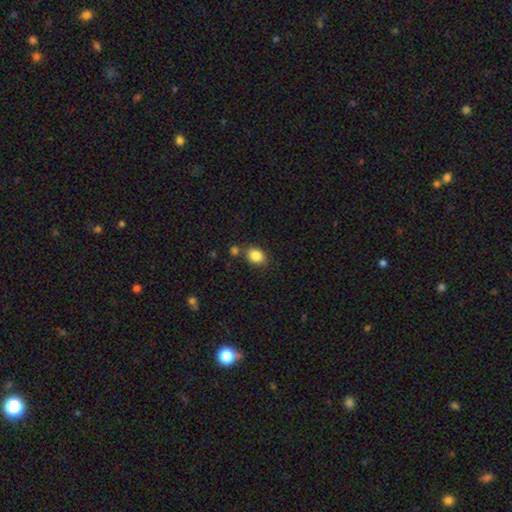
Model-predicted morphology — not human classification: The model was most divided on "how rounded": in between: 57%, round: 42%, cigar-shaped: 1%. More confident: smooth or featured — smooth (85%); merging — none (72%).